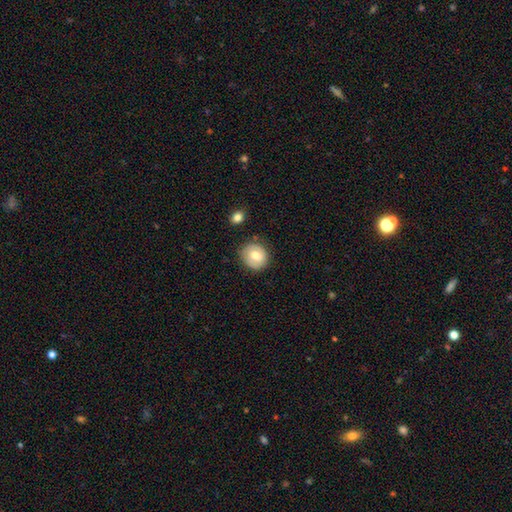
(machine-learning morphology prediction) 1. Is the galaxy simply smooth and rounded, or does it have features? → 67% smooth, 26% featured or disk, 8% star or artifact.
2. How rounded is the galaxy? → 78% round, 21% in between, 1% cigar-shaped.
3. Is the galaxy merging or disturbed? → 79% none, 14% minor disturbance, 4% major disturbance, 3% merger.